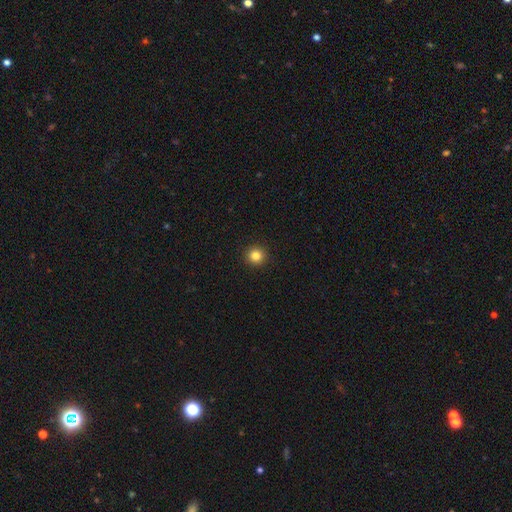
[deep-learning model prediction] Overall: smooth (84%). How rounded: round (95%). Merging: none (94%).